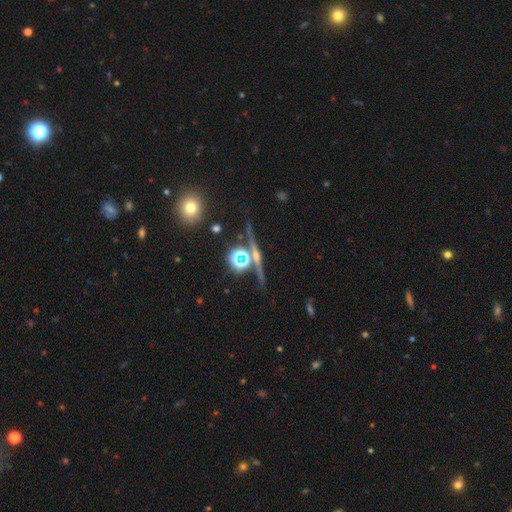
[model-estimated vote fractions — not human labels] Smooth or featured?
  - featured or disk: 47% *
  - star or artifact: 35%
  - smooth: 18%
Merging?
  - none: 80% *
  - minor disturbance: 9%
  - merger: 7%
  - major disturbance: 4%